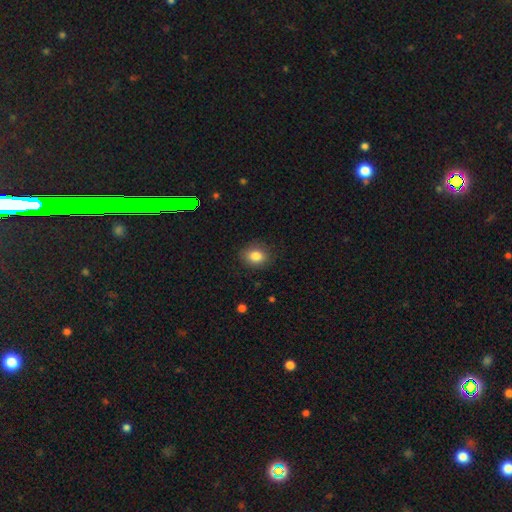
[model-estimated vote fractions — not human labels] smooth_or_featured: smooth (p=0.83) [alt: star or artifact p=0.10]
how_rounded: round (p=0.52) [alt: in between p=0.47]
merging: none (p=0.85) [alt: minor disturbance p=0.11]